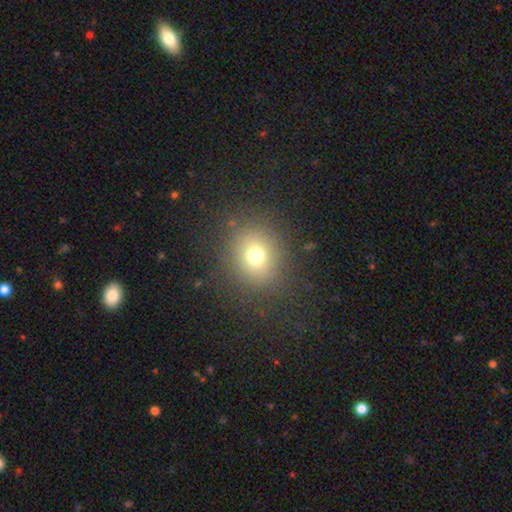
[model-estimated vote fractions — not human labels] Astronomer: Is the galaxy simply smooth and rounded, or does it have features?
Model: smooth — 71%.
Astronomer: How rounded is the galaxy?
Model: round — 77%.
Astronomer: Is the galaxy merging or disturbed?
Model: none — 85%.